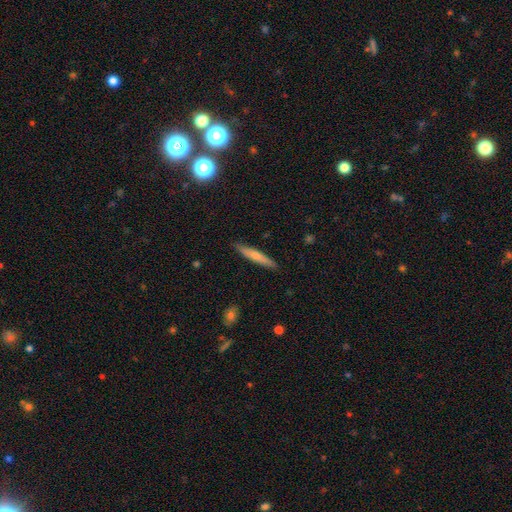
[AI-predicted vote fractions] Smooth or featured: smooth — 60% (featured or disk — 34%)
How rounded: cigar-shaped — 93% (in between — 5%)
Merging: none — 88% (minor disturbance — 9%)